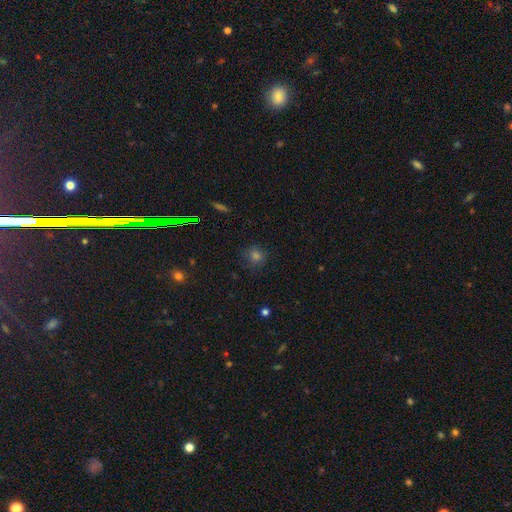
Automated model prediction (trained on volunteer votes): Smooth or featured?
  - smooth: 69% *
  - star or artifact: 24%
  - featured or disk: 7%
How rounded?
  - round: 89% *
  - in between: 10%
  - cigar-shaped: 1%
Merging?
  - none: 83% *
  - minor disturbance: 12%
  - major disturbance: 4%
  - merger: 1%